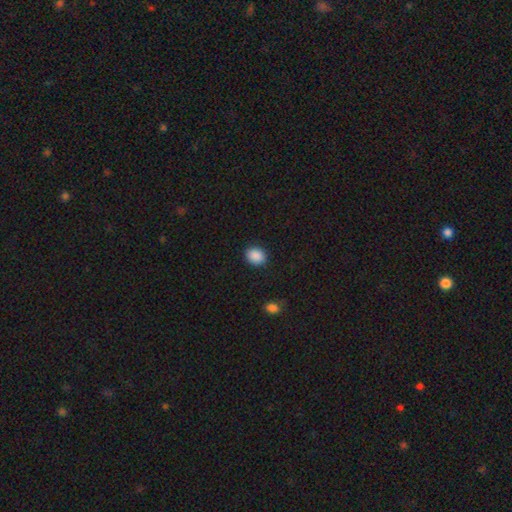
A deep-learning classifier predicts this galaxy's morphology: This appears to be a smooth galaxy with no disk features (89%) that is round (59%). Merging: none (89%).